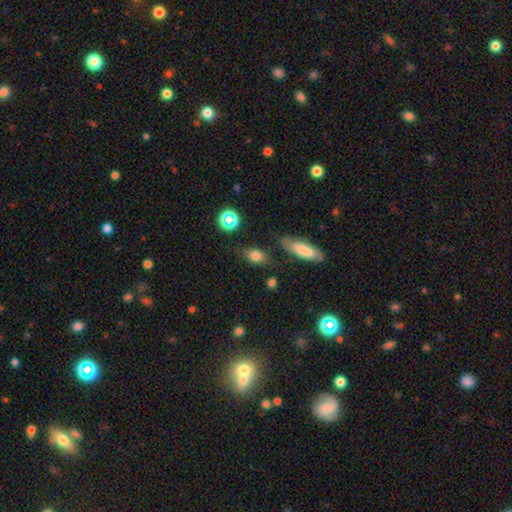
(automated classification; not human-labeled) Overall: smooth (76%). How rounded: in between (78%). Merging: none (75%).